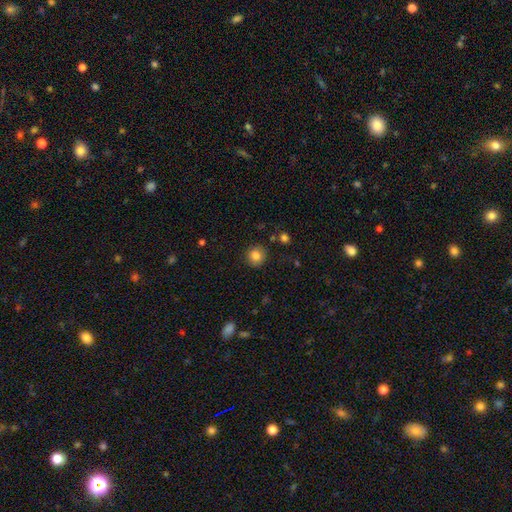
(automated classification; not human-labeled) Q: Smooth or featured?
A: smooth (83%); runner-up: star or artifact (10%)
Q: How rounded?
A: round (90%); runner-up: in between (9%)
Q: Merging?
A: none (89%); runner-up: minor disturbance (7%)